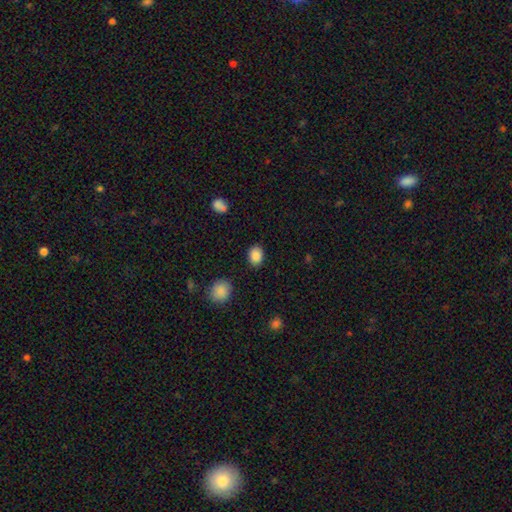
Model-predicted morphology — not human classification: Overall: smooth (87%). How rounded: in between (58%; round 41%). Merging: none (86%).